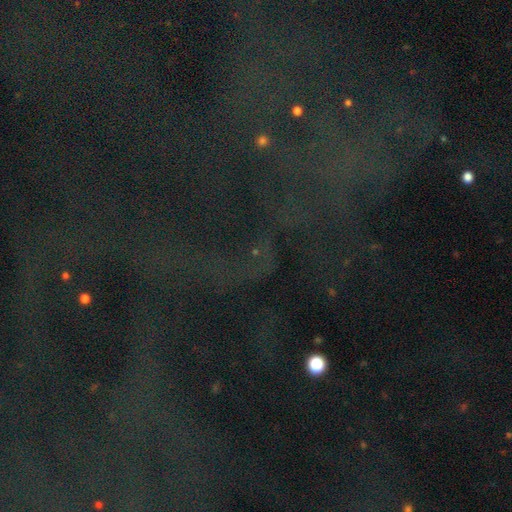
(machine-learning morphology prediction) smooth_or_featured: star or artifact (p=0.78) [alt: smooth p=0.11]